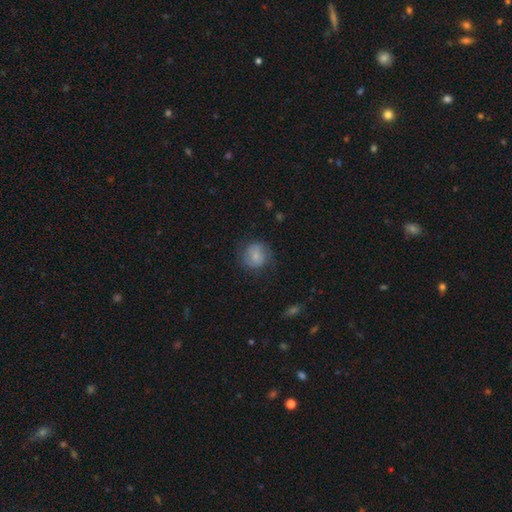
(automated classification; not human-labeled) This is likely a smooth galaxy (66%). How rounded: clearly round (83%). Merging: likely none (67%).